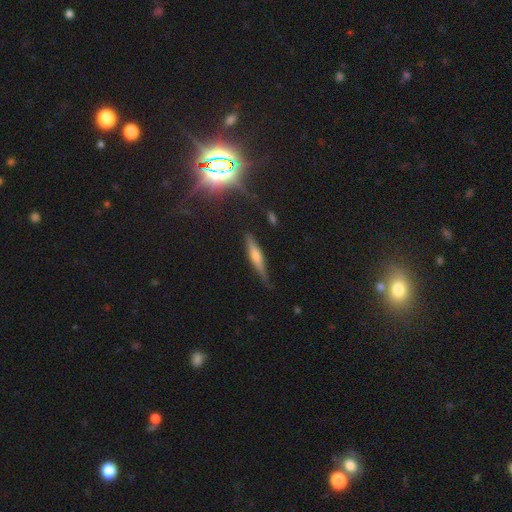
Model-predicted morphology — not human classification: Smooth or featured: featured or disk — 53% (smooth — 33%)
Edge-on disk: yes — 94% (no — 6%)
Merging: none — 81% (minor disturbance — 14%)